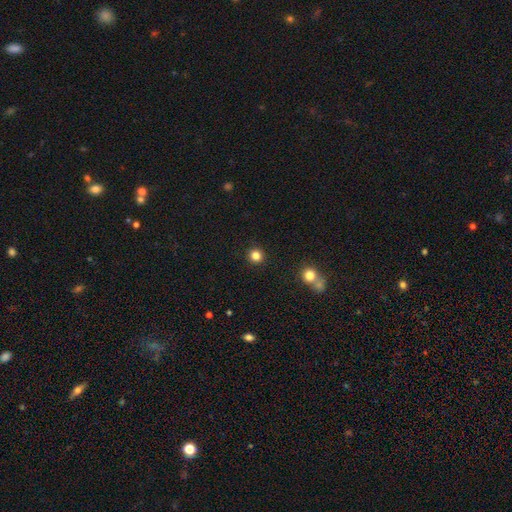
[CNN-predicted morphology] type=smooth (83%); roundness=round (95%); merging=none (93%).